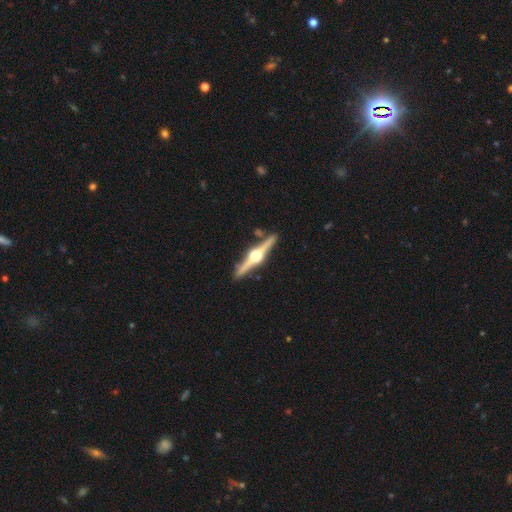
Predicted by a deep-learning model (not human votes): This appears to be a featured or disk galaxy (88%) viewed edge-on (98%) with a rounded central bulge (97%). Merging: none (89%).